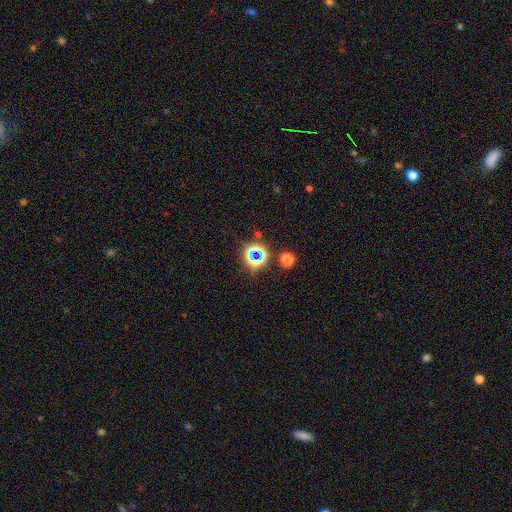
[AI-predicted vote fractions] Smooth or featured? Predicted: star or artifact (p=0.64).